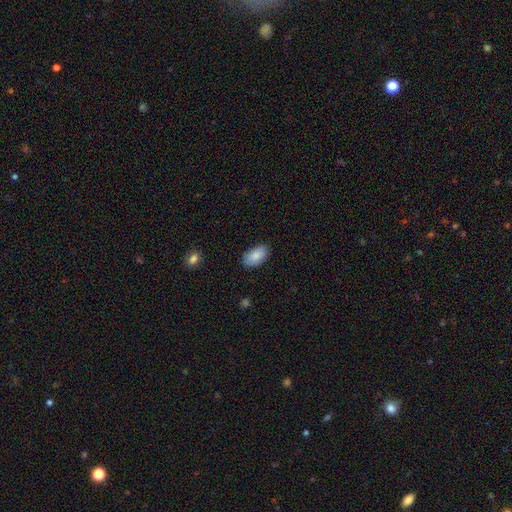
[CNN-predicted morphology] Q: Smooth or featured?
A: smooth (86%); runner-up: featured or disk (8%)
Q: How rounded?
A: in between (95%); runner-up: round (4%)
Q: Merging?
A: none (84%); runner-up: minor disturbance (13%)